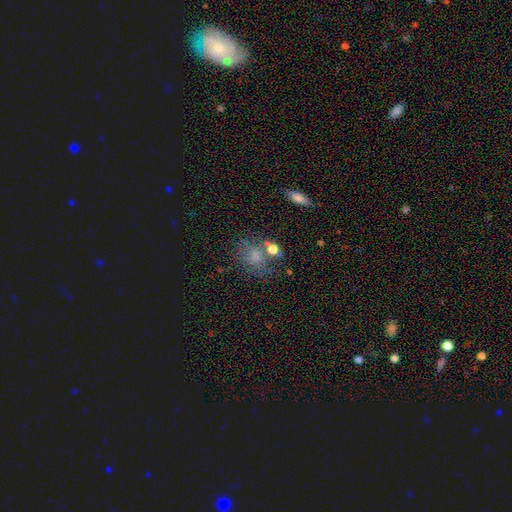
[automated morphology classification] Overall: smooth (46%; star or artifact 28%). Merging: none (60%).